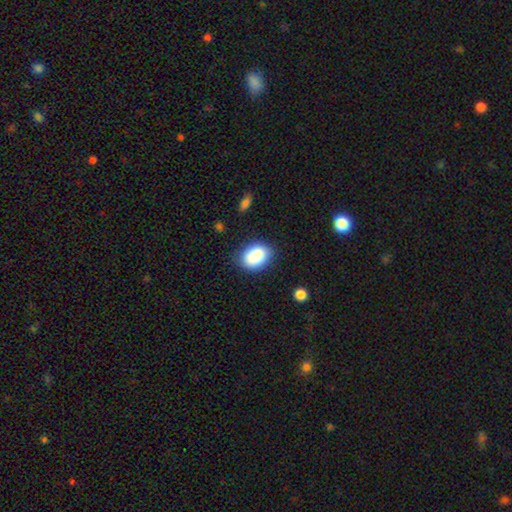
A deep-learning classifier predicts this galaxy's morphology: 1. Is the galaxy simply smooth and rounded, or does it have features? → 86% smooth, 8% star or artifact, 6% featured or disk.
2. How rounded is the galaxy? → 73% in between, 26% round, 1% cigar-shaped.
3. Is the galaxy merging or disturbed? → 76% none, 17% minor disturbance, 4% major disturbance, 3% merger.